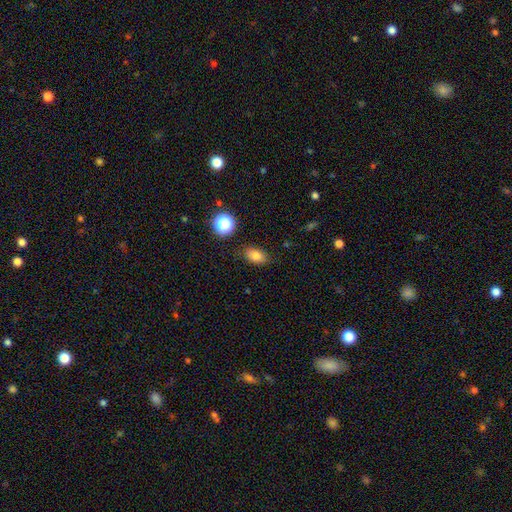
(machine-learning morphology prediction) A smooth galaxy with no disk features (79%) that is in between round and cigar-shaped (84%).

Vote fractions:
- Smooth or featured? smooth: 79% / star or artifact: 12% / featured or disk: 8%
- How rounded? in between: 84% / round: 14% / cigar-shaped: 2%
- Merging? none: 83% / minor disturbance: 12% / major disturbance: 3% / merger: 2%